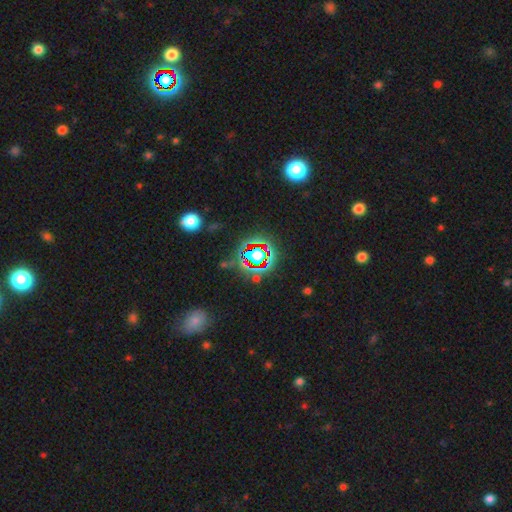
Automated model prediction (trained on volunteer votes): Smooth or featured: star or artifact — 71% (smooth — 17%)